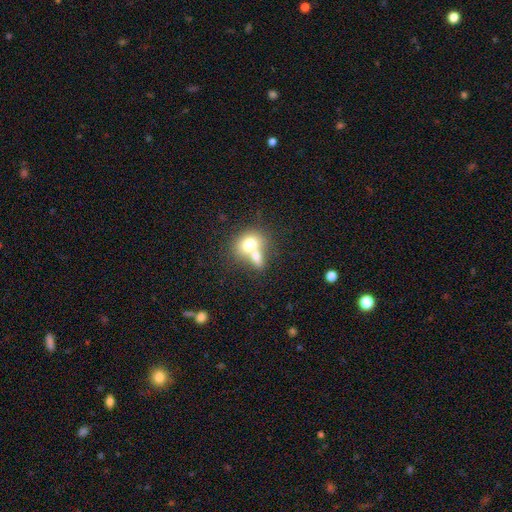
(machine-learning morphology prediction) Q: Smooth or featured?
A: smooth (71%); runner-up: featured or disk (20%)
Q: How rounded?
A: in between (56%); runner-up: round (42%)
Q: Merging?
A: merger (62%); runner-up: none (26%)